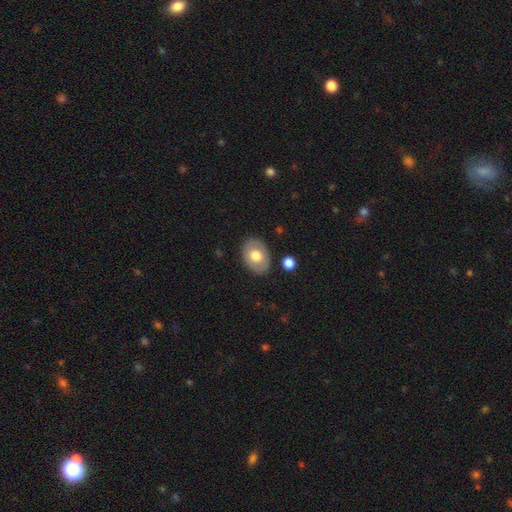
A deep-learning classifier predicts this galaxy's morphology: smooth-or-featured: smooth: 66% | featured or disk: 28% | star or artifact: 6%
  how-rounded: in between: 79% | round: 20% | cigar-shaped: 1%
  merging: none: 84% | minor disturbance: 11% | major disturbance: 3% | merger: 2%